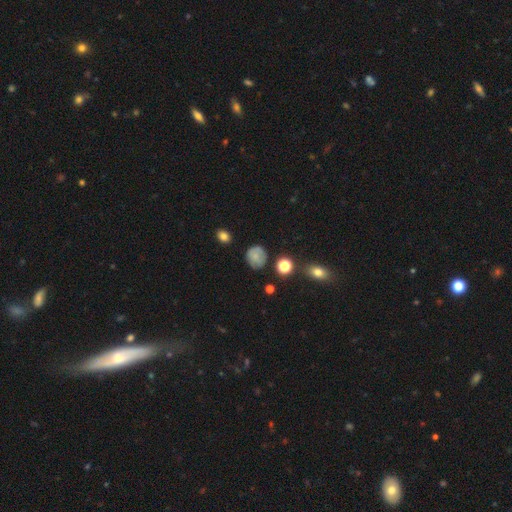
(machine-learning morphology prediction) Smooth or featured?
  - smooth: 71% *
  - featured or disk: 17%
  - star or artifact: 11%
How rounded?
  - round: 74% *
  - in between: 25%
  - cigar-shaped: 1%
Merging?
  - none: 71% *
  - minor disturbance: 21%
  - major disturbance: 6%
  - merger: 3%